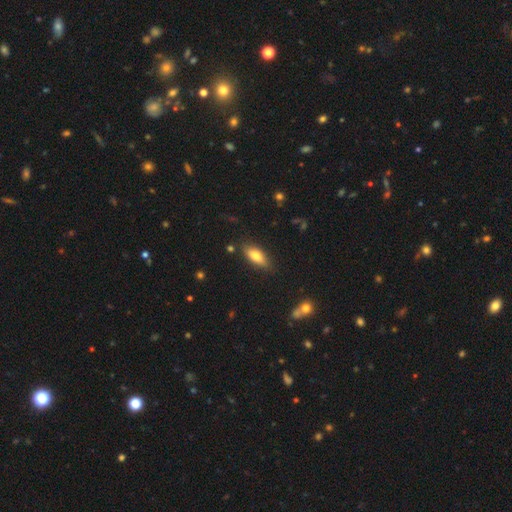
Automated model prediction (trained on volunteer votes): A smooth galaxy with no disk features (73%) that is in between round and cigar-shaped (74%).

Vote fractions:
- Smooth or featured? smooth: 73% / featured or disk: 20% / star or artifact: 7%
- How rounded? in between: 74% / cigar-shaped: 23% / round: 3%
- Merging? none: 82% / minor disturbance: 14% / major disturbance: 3% / merger: 2%